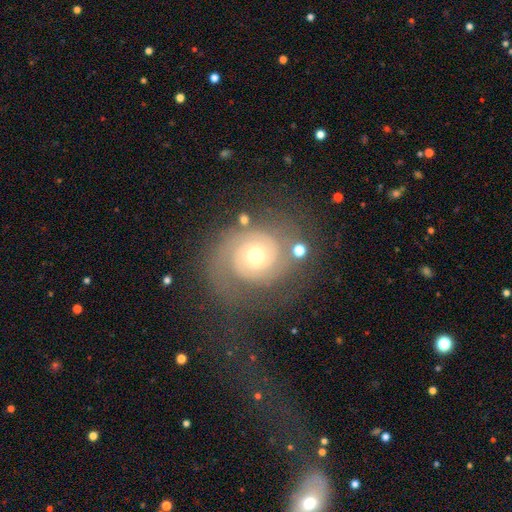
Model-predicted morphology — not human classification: This appears to be a featured or disk galaxy (85%) with no bar (79%), 2 (67%) tight (70%) spiral arms (96%) and a moderate central bulge (58%). Merging: none (70%).